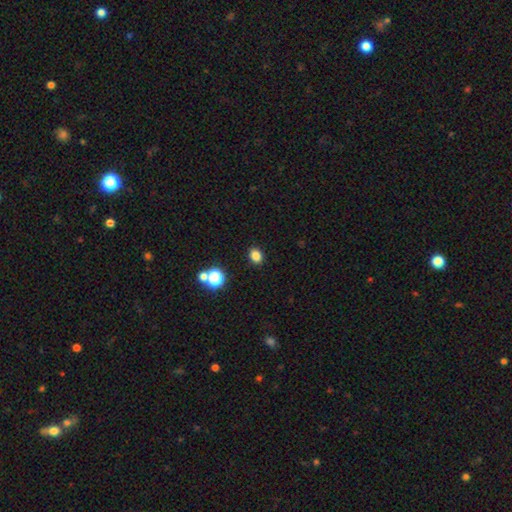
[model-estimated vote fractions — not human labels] Smooth or featured: smooth — 82% (star or artifact — 14%)
How rounded: in between — 57% (round — 42%)
Merging: none — 89% (minor disturbance — 7%)